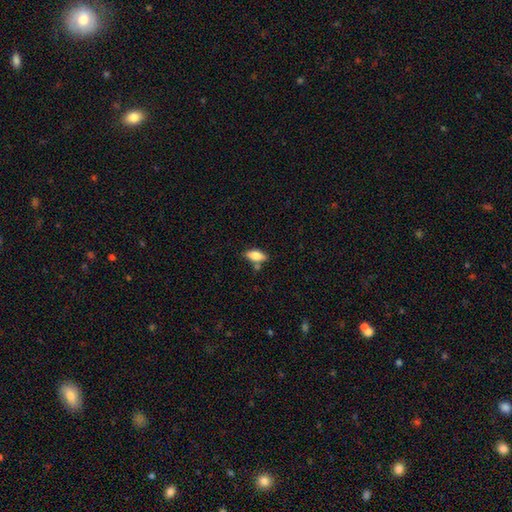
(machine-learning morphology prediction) Smooth or featured?
  - smooth: 76% *
  - featured or disk: 17%
  - star or artifact: 7%
How rounded?
  - in between: 83% *
  - cigar-shaped: 13%
  - round: 3%
Merging?
  - none: 72% *
  - minor disturbance: 15%
  - merger: 9%
  - major disturbance: 4%